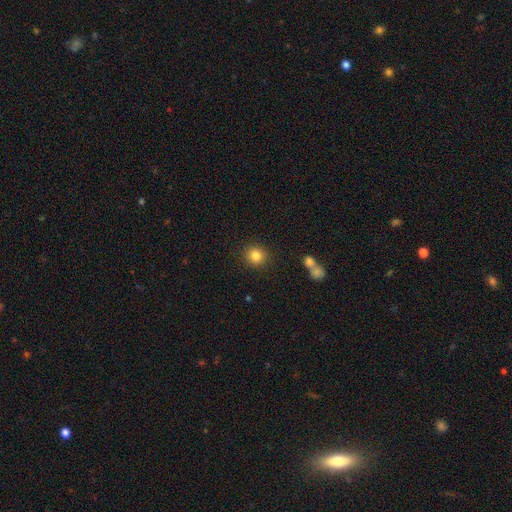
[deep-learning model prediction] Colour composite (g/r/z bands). It shows a smooth galaxy with no disk features (83%) that is round (90%). Merging: none (89%).